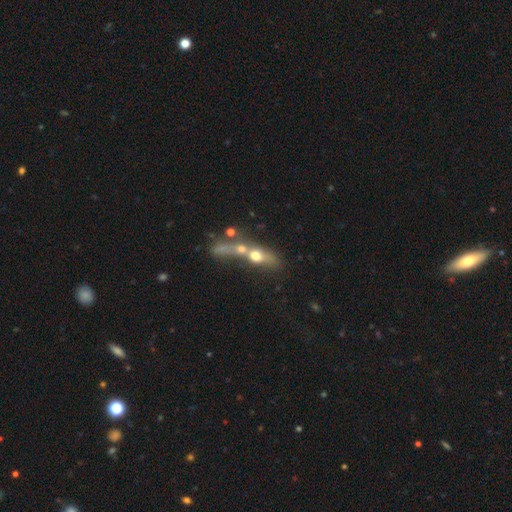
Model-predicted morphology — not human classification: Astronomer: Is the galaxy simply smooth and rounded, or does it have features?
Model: smooth — 48% (runner-up: featured or disk, 39%).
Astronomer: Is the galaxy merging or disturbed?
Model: merger — 65%.